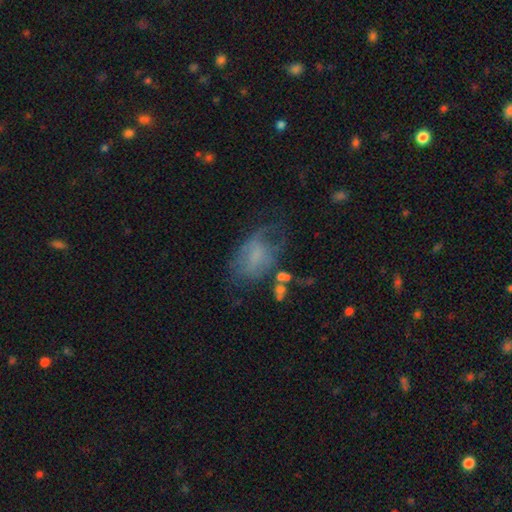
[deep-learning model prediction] Overall: featured or disk (44%; smooth 43%). Merging: major disturbance (35%; none 34%).